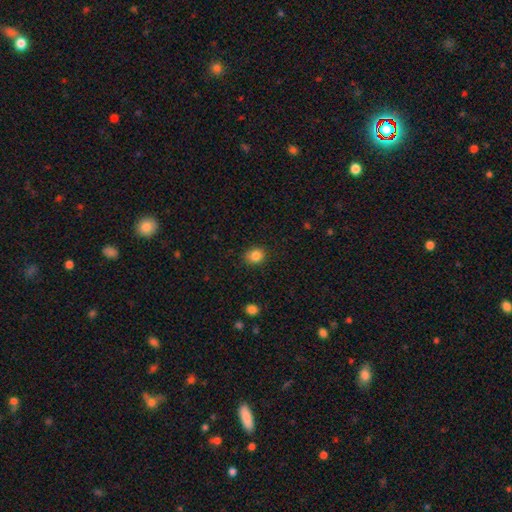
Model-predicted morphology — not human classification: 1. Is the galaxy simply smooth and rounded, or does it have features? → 84% smooth, 11% star or artifact, 5% featured or disk.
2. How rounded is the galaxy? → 68% round, 32% in between, 1% cigar-shaped.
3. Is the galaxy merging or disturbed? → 84% none, 12% minor disturbance, 3% major disturbance, 1% merger.